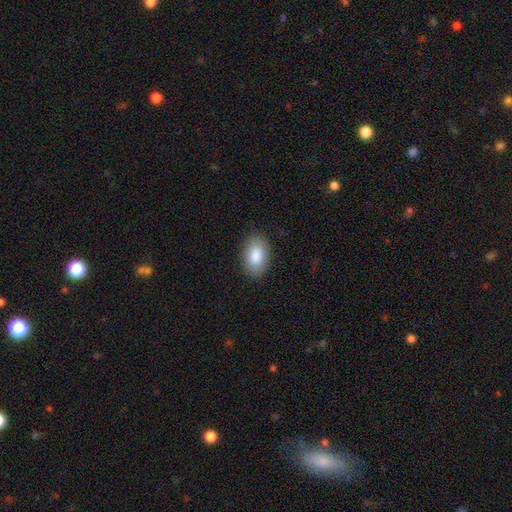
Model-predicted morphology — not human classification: smooth 87%, featured or disk 7%, star or artifact 6%. Down the decision tree: how rounded — in between (93%); merging — none (88%).